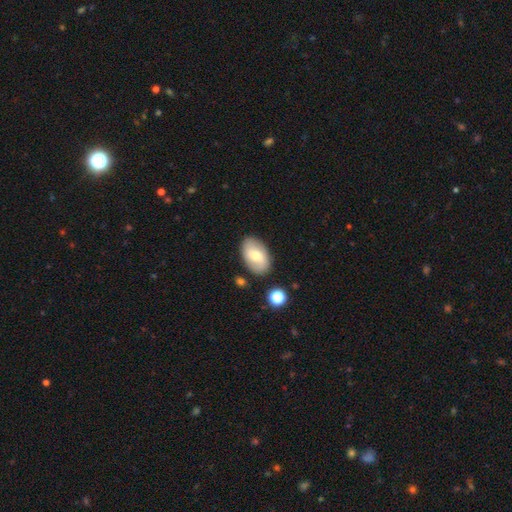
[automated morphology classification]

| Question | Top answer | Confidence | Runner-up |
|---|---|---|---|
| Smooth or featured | smooth | 65% | featured or disk (28%) |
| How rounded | in between | 92% | round (7%) |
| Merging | none | 83% | minor disturbance (11%) |